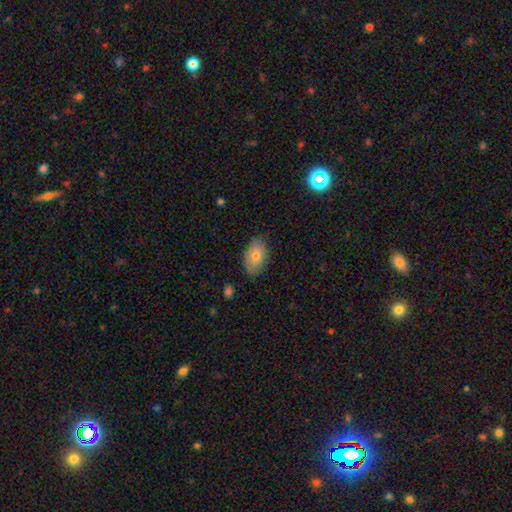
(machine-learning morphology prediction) Overall: smooth (74%). How rounded: in between (91%). Merging: none (79%).